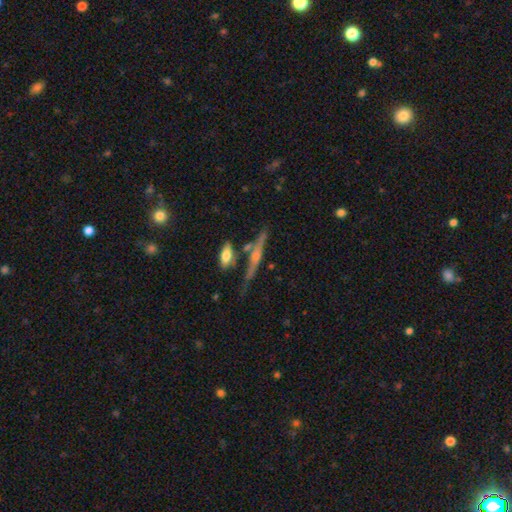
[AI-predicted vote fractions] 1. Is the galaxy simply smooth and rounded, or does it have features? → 63% featured or disk, 28% smooth, 9% star or artifact.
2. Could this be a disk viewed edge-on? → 93% yes, 7% no.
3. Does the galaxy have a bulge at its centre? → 69% rounded, 22% none, 10% boxy.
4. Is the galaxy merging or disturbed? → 67% none, 16% minor disturbance, 11% merger, 6% major disturbance.